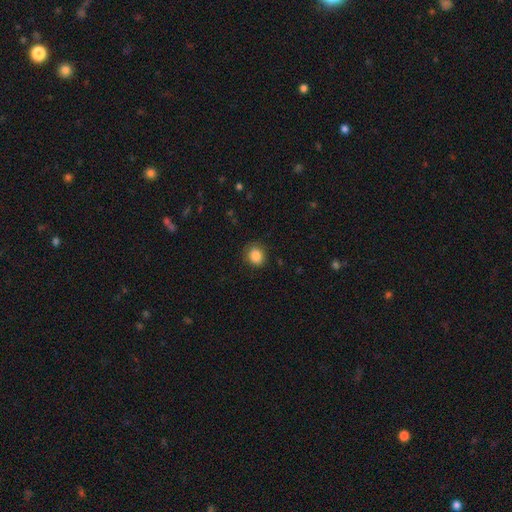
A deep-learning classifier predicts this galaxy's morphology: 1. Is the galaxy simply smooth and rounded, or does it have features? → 86% smooth, 9% star or artifact, 5% featured or disk.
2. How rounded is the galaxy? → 69% round, 30% in between, 1% cigar-shaped.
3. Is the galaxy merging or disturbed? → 84% none, 12% minor disturbance, 3% major disturbance, 1% merger.